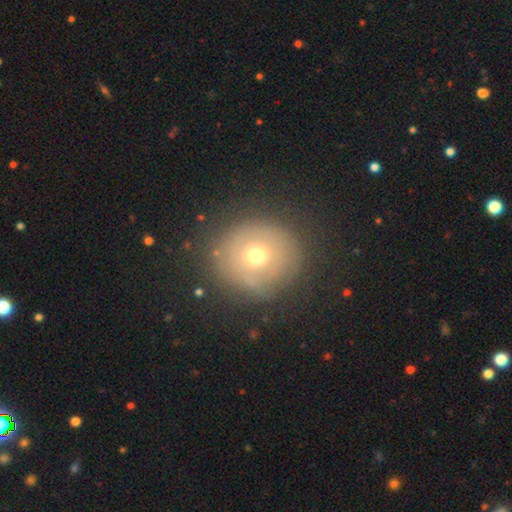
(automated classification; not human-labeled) Overall: smooth (50%; featured or disk 38%). How rounded: round (87%). Merging: none (77%).